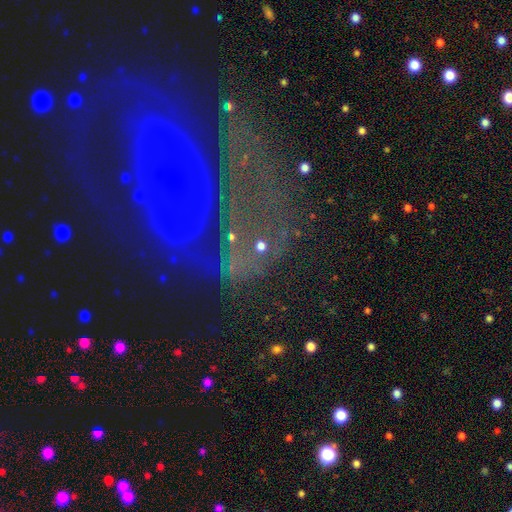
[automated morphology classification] Smooth or featured? featured or disk (59%)
Edge-on disk? no (90%)
Bar? no (63%)
Spiral arms? yes (63%)
Bulge size? moderate (45%)
Merging? none (58%)